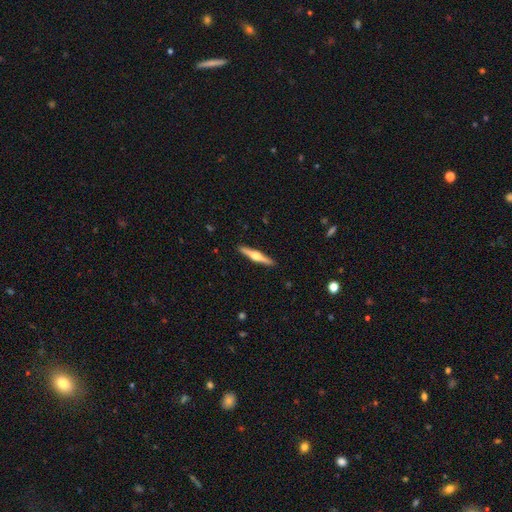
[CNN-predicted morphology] Smooth or featured?
  - featured or disk: 70% *
  - smooth: 25%
  - star or artifact: 5%
Edge-on disk?
  - yes: 98% *
  - no: 2%
Edge-on bulge?
  - rounded: 95% *
  - boxy: 3%
  - none: 2%
Merging?
  - none: 92% *
  - minor disturbance: 6%
  - major disturbance: 1%
  - merger: 1%